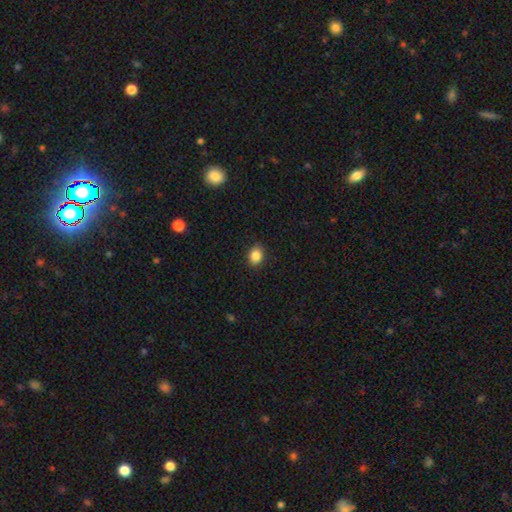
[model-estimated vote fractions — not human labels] A smooth galaxy with no disk features (86%) that is in between round and cigar-shaped (62%).

Vote fractions:
- Smooth or featured? smooth: 86% / star or artifact: 9% / featured or disk: 5%
- How rounded? in between: 62% / round: 37% / cigar-shaped: 1%
- Merging? none: 89% / minor disturbance: 8% / major disturbance: 2% / merger: 1%